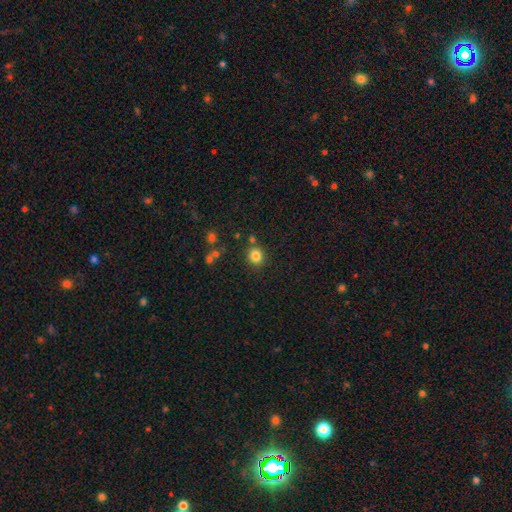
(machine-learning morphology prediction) smooth_or_featured: smooth (p=0.83) [alt: star or artifact p=0.12]
how_rounded: round (p=0.87) [alt: in between p=0.12]
merging: none (p=0.82) [alt: minor disturbance p=0.09]